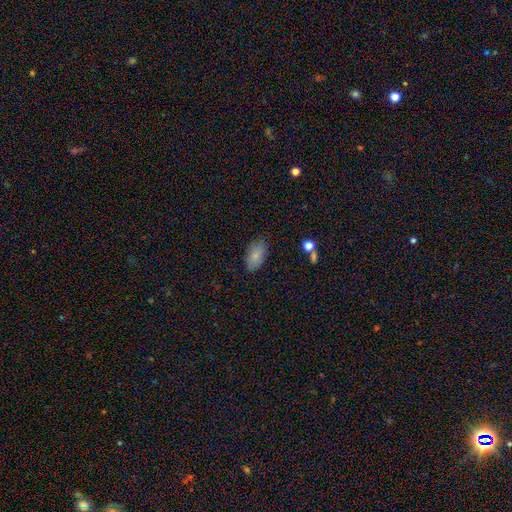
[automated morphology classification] Smooth or featured: smooth — 83% (featured or disk — 9%)
How rounded: in between — 92% (round — 5%)
Merging: none — 81% (minor disturbance — 14%)